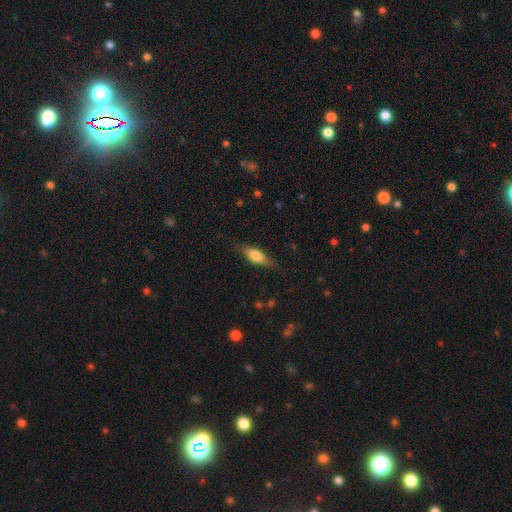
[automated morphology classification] Overall: smooth (65%; featured or disk 29%). How rounded: in between (64%; cigar-shaped 33%). Merging: none (79%).